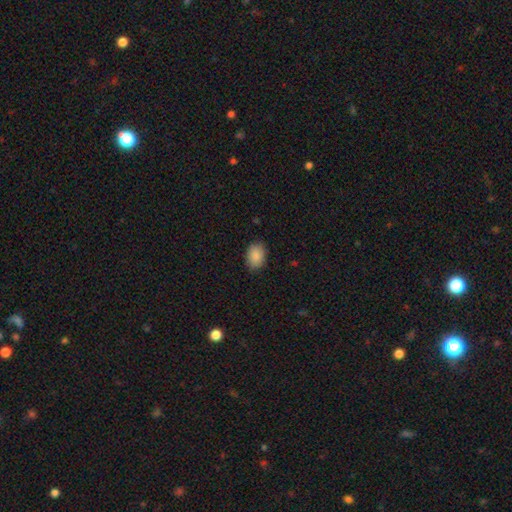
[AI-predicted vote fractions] Smooth or featured? Predicted: smooth (p=0.89). How rounded? Predicted: in between (p=0.80). Merging? Predicted: none (p=0.86).